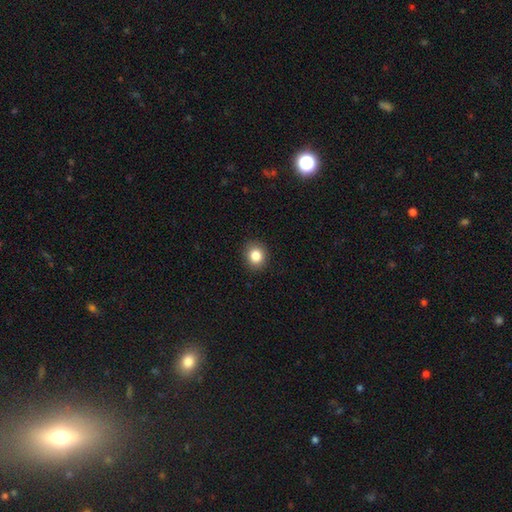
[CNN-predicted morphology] Smooth or featured? smooth (84%)
How rounded? round (78%)
Merging? none (90%)